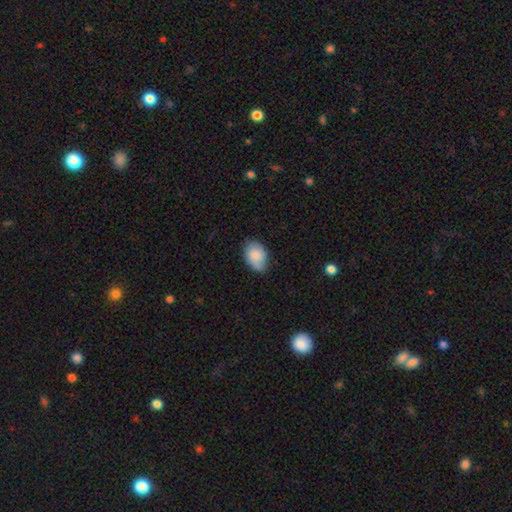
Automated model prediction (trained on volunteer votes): smooth 82%, featured or disk 12%, star or artifact 7%. Down the decision tree: how rounded — in between (84%); merging — none (68%).